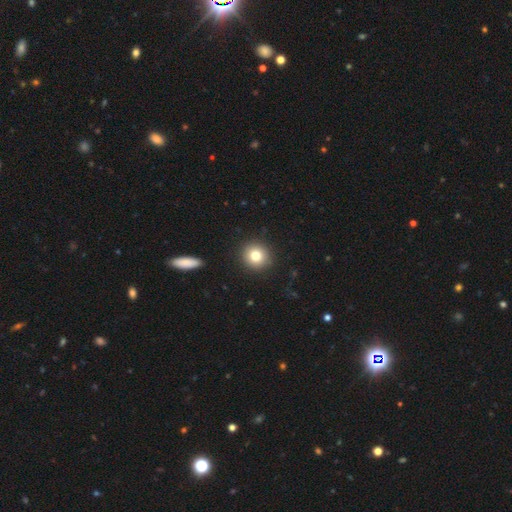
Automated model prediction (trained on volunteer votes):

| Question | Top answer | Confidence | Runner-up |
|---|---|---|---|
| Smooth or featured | smooth | 79% | star or artifact (11%) |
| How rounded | round | 91% | in between (8%) |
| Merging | none | 91% | minor disturbance (6%) |